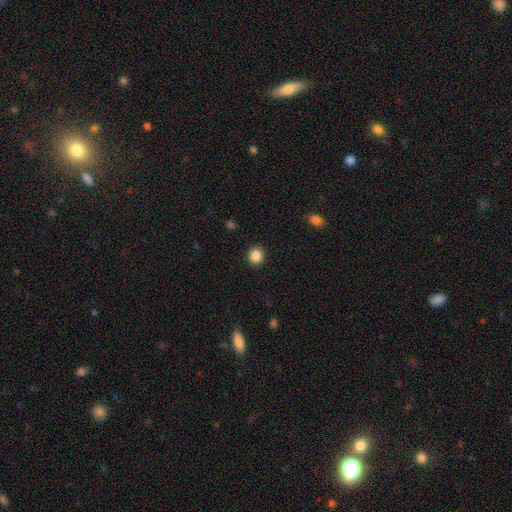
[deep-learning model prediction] Smooth or featured?
  - smooth: 86% *
  - star or artifact: 10%
  - featured or disk: 4%
How rounded?
  - round: 79% *
  - in between: 20%
  - cigar-shaped: 1%
Merging?
  - none: 91% *
  - minor disturbance: 6%
  - major disturbance: 2%
  - merger: 1%